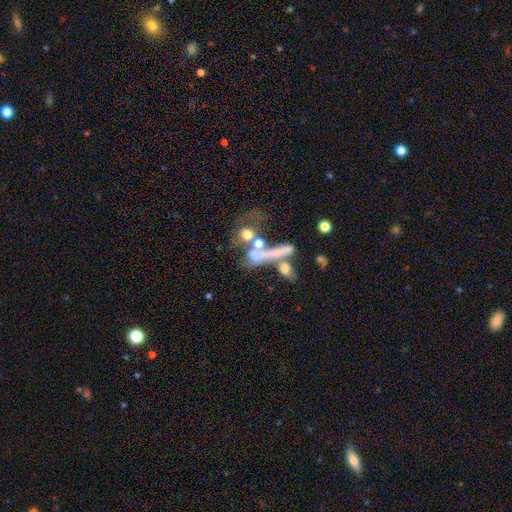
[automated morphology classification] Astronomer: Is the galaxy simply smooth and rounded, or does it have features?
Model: smooth — 50% (runner-up: featured or disk, 35%).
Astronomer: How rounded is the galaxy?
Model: cigar-shaped — 49% (runner-up: in between, 26%).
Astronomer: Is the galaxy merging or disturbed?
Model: merger — 42% (runner-up: none, 25%).